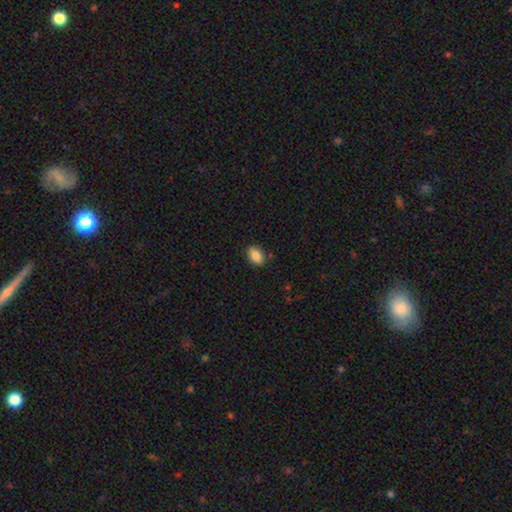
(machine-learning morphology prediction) This appears to be a smooth galaxy with no disk features (85%) that is in between round and cigar-shaped (86%). Merging: none (86%).